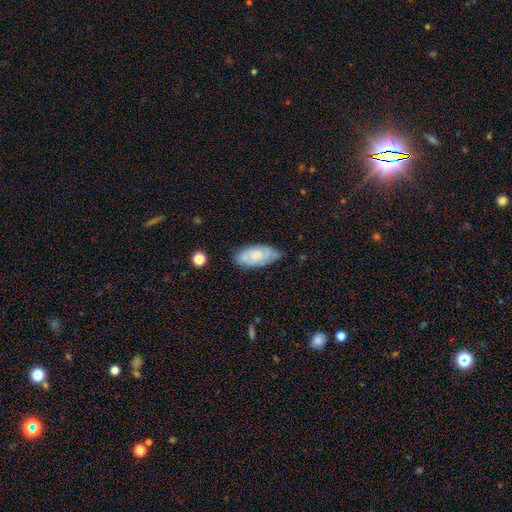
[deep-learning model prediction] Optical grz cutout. It shows a smooth galaxy with no disk features (64%) that is in between round and cigar-shaped (90%). Merging: none (66%).